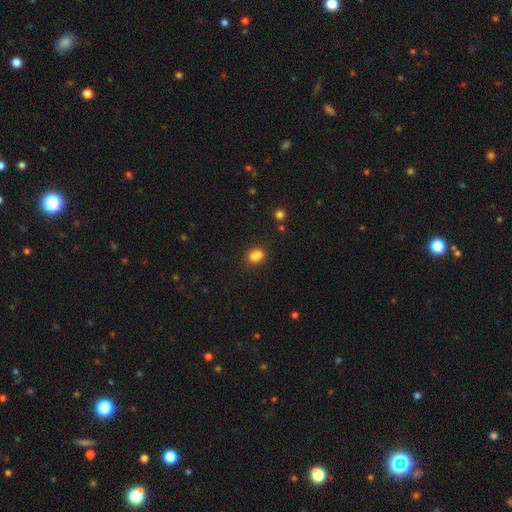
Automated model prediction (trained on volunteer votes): Smooth or featured: smooth — 82% (star or artifact — 12%)
How rounded: in between — 57% (round — 41%)
Merging: none — 65% (merger — 16%)